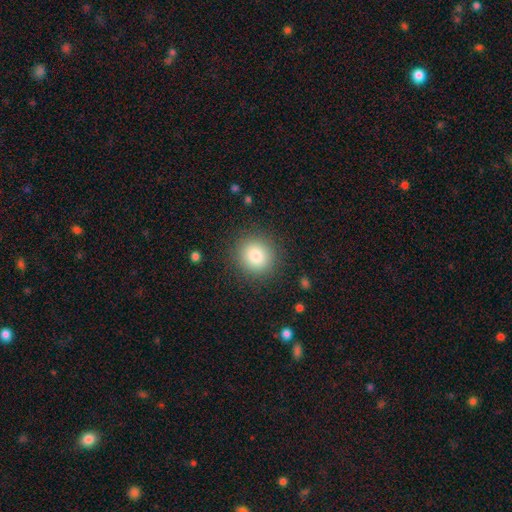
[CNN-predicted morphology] Smooth or featured? Predicted: smooth (p=0.83). How rounded? Predicted: round (p=0.89). Merging? Predicted: none (p=0.88).